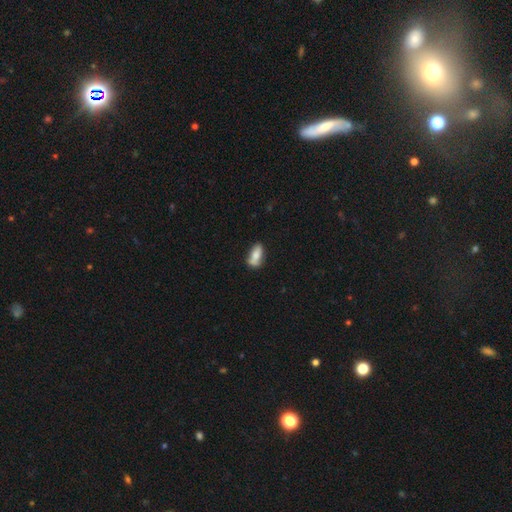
Q: Smooth or featured?
A: smooth (94%); runner-up: featured or disk (3%)
Q: How rounded?
A: in between (88%); runner-up: cigar-shaped (12%)
Q: Merging?
A: none (51%); runner-up: minor disturbance (23%)